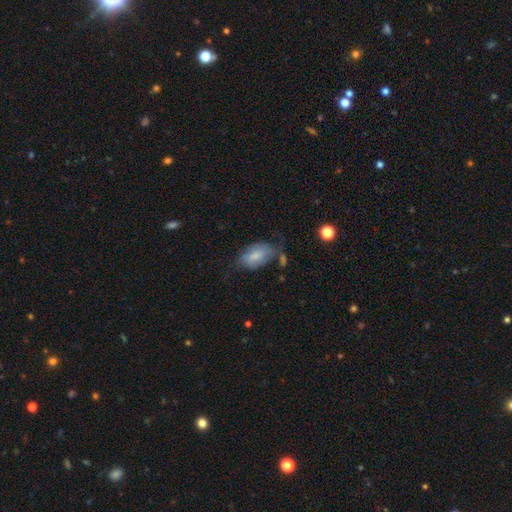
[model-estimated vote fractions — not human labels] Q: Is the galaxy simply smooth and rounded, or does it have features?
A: smooth — 74%.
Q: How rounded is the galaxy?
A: in between — 92%.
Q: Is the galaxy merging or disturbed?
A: none — 49%.